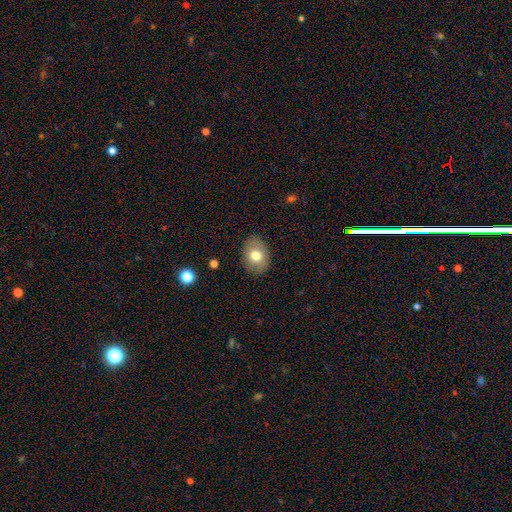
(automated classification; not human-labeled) Smooth or featured: smooth — 73% (featured or disk — 19%)
How rounded: in between — 72% (round — 27%)
Merging: none — 86% (minor disturbance — 10%)